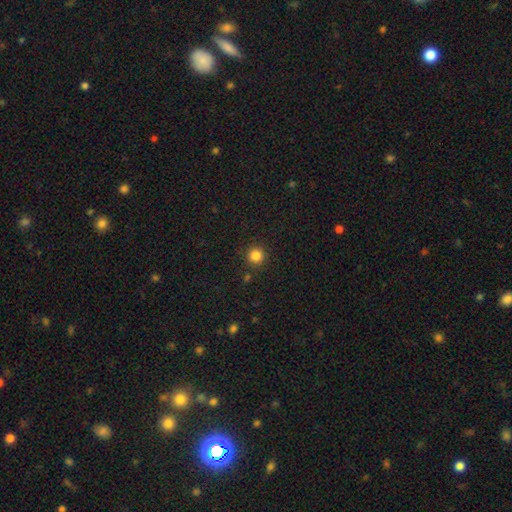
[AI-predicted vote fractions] Morphology: type=smooth (84%); roundness=round (95%); merging=none (89%).